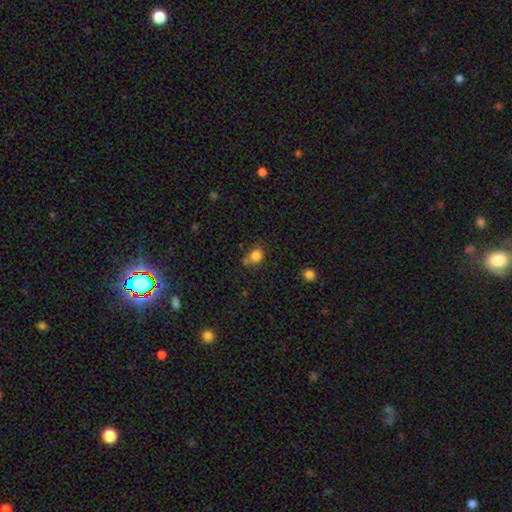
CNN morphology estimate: The model was most divided on "how rounded": round: 59%, in between: 40%, cigar-shaped: 1%. More confident: smooth or featured — smooth (82%); merging — none (53%).